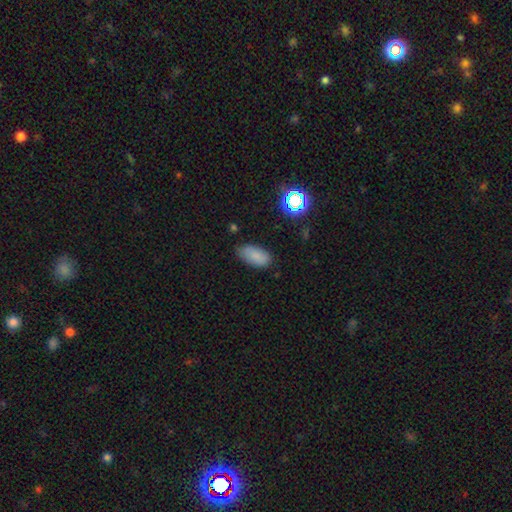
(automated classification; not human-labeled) This is clearly a smooth galaxy (82%). How rounded: clearly in between (92%). Merging: likely none (78%).